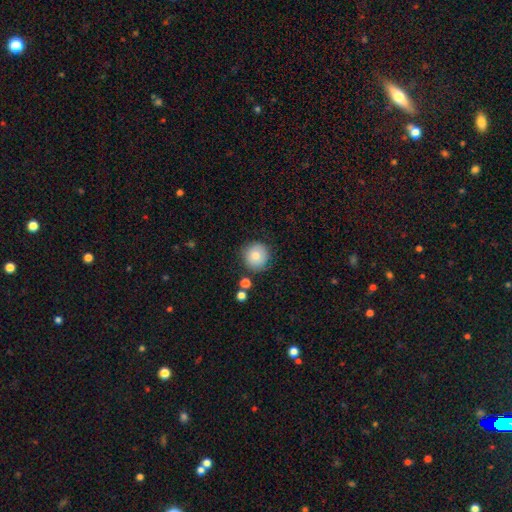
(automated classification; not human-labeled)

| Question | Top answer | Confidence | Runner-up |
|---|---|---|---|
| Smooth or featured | smooth | 80% | featured or disk (10%) |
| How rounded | round | 94% | in between (5%) |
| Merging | none | 85% | minor disturbance (9%) |